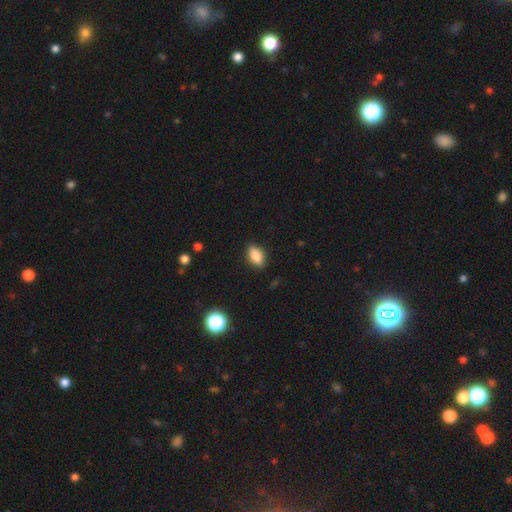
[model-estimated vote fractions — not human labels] smooth_or_featured: smooth (p=0.83) [alt: star or artifact p=0.09]
how_rounded: in between (p=0.86) [alt: round p=0.09]
merging: none (p=0.85) [alt: minor disturbance p=0.11]